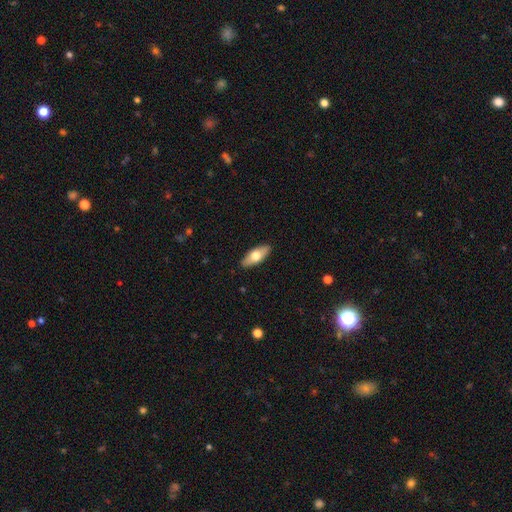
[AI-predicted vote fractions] Smooth or featured: smooth — 66% (featured or disk — 28%)
How rounded: in between — 79% (cigar-shaped — 19%)
Merging: none — 89% (minor disturbance — 8%)